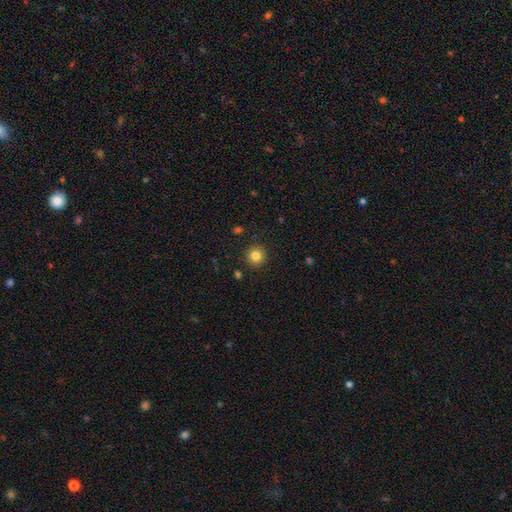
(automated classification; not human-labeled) Smooth or featured?
  - smooth: 83% *
  - star or artifact: 11%
  - featured or disk: 6%
How rounded?
  - round: 95% *
  - in between: 4%
  - cigar-shaped: 1%
Merging?
  - none: 91% *
  - minor disturbance: 6%
  - major disturbance: 2%
  - merger: 2%